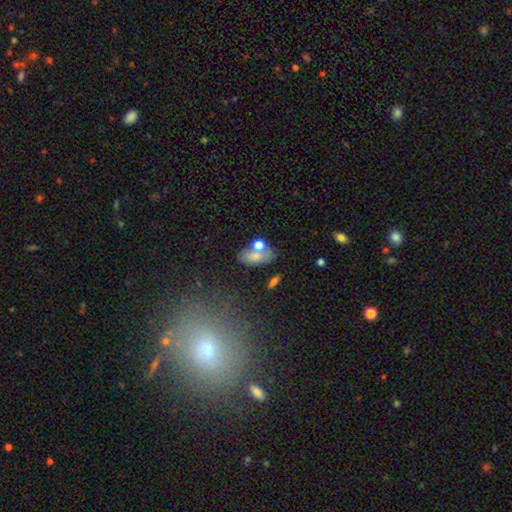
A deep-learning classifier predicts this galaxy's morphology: A smooth galaxy with no disk features (67%) that is in between round and cigar-shaped (82%). Merging: none (46%).